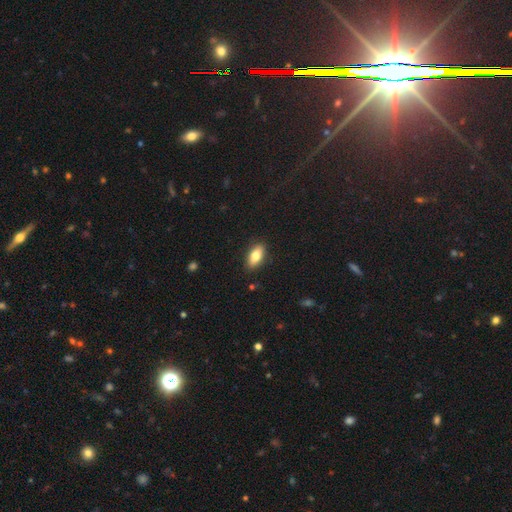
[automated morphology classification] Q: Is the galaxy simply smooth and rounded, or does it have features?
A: smooth — 78%.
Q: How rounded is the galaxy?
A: in between — 84%.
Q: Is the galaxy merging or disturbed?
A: none — 88%.